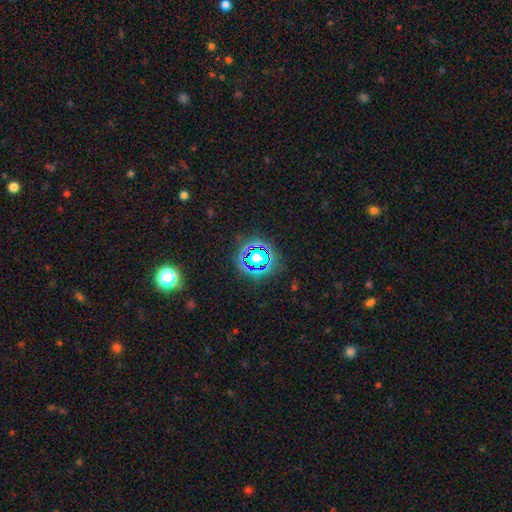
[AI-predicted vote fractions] A star or artifact, not a galaxy (70%).

Vote fractions:
- Smooth or featured? star or artifact: 70% / smooth: 21% / featured or disk: 9%